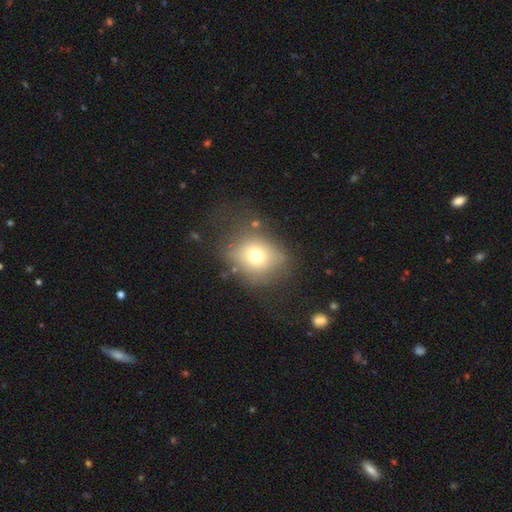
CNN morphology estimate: Q: Smooth or featured?
A: smooth (69%); runner-up: featured or disk (16%)
Q: How rounded?
A: round (66%); runner-up: in between (33%)
Q: Merging?
A: none (59%); runner-up: minor disturbance (21%)